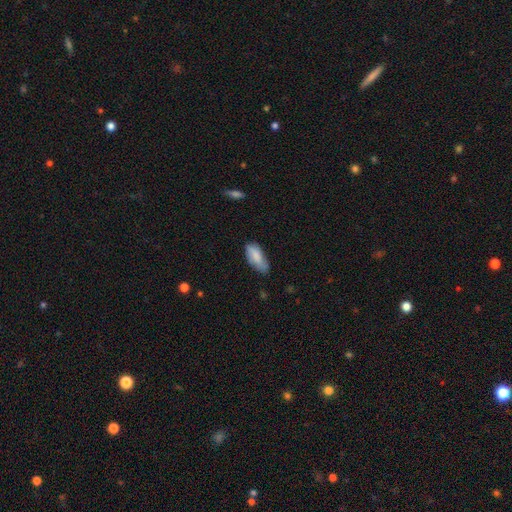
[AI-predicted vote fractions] Smooth or featured: smooth — 80% (featured or disk — 13%)
How rounded: in between — 82% (cigar-shaped — 16%)
Merging: none — 62% (minor disturbance — 30%)